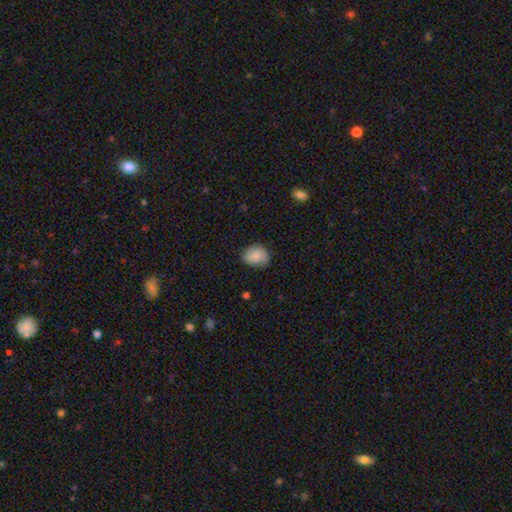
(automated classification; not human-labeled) This is clearly a smooth galaxy (84%). How rounded: possibly in between (53%). Merging: likely none (75%).